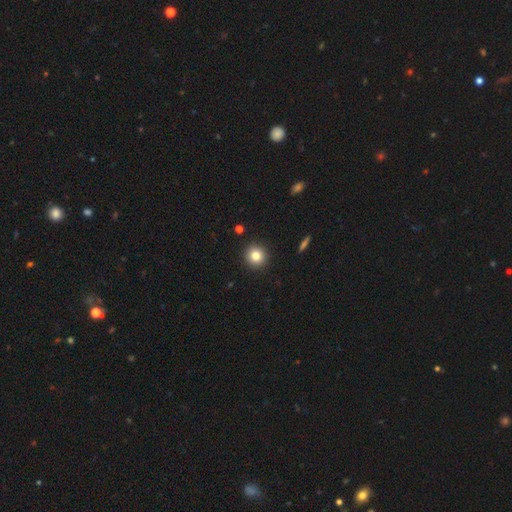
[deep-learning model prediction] Q: Smooth or featured?
A: smooth (81%); runner-up: star or artifact (11%)
Q: How rounded?
A: round (93%); runner-up: in between (6%)
Q: Merging?
A: none (92%); runner-up: minor disturbance (5%)